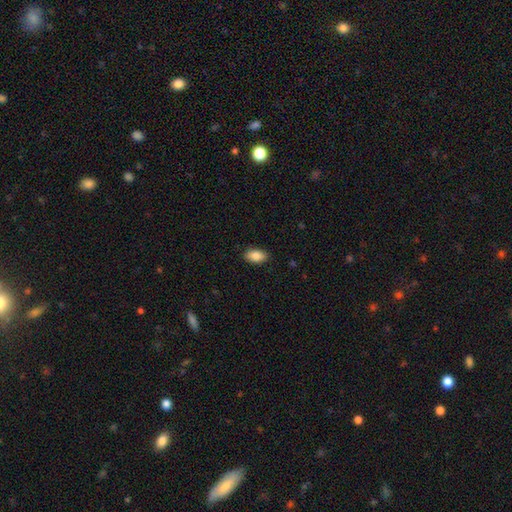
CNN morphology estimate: Smooth or featured? Predicted: smooth (p=0.86). How rounded? Predicted: in between (p=0.92). Merging? Predicted: none (p=0.88).